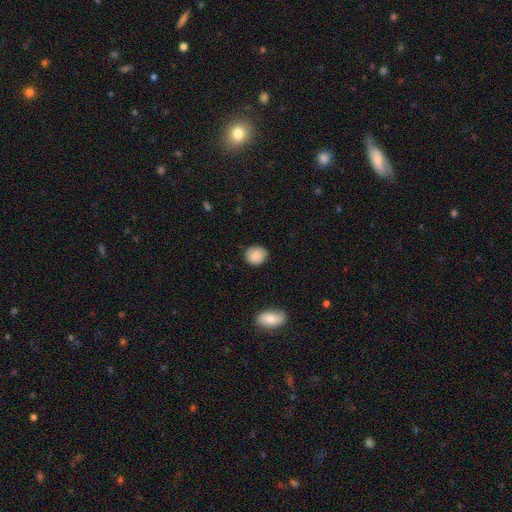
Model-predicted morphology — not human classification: smooth 87%, star or artifact 8%, featured or disk 5%. Down the decision tree: how rounded — round (77%); merging — none (84%).